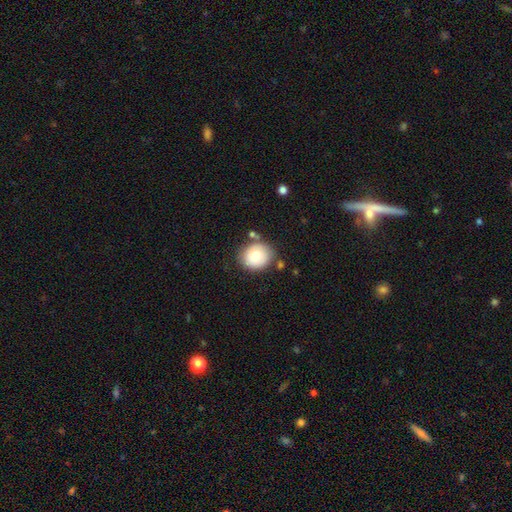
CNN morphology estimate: smooth-or-featured: smooth: 71% | featured or disk: 21% | star or artifact: 8%
  how-rounded: round: 77% | in between: 23% | cigar-shaped: 1%
  merging: none: 74% | minor disturbance: 15% | merger: 7% | major disturbance: 4%